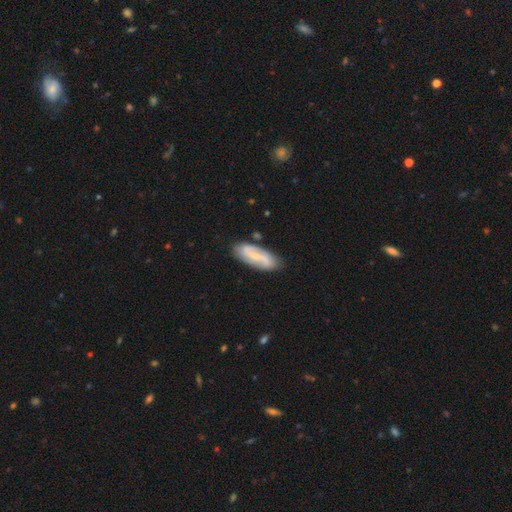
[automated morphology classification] A featured or disk galaxy (62%) with a weak bar (44%), spiral arms (85%) and a small central bulge (63%). Merging: none (80%).